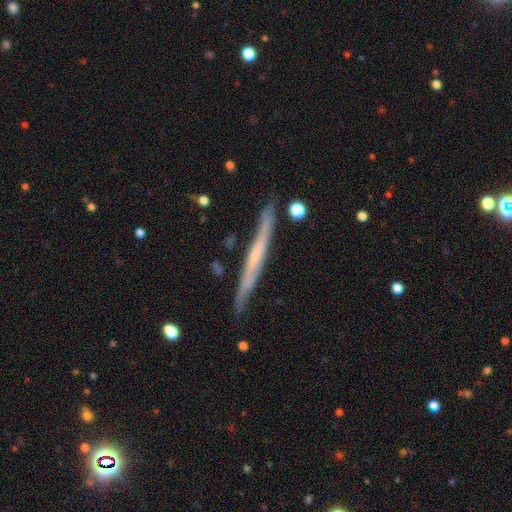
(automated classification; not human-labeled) smooth-or-featured: featured or disk: 63% | smooth: 32% | star or artifact: 6%
  disk-edge-on: yes: 95% | no: 5%
    edge-on-bulge: none: 74% | rounded: 19% | boxy: 7%
  merging: none: 84% | minor disturbance: 12% | merger: 2% | major disturbance: 2%